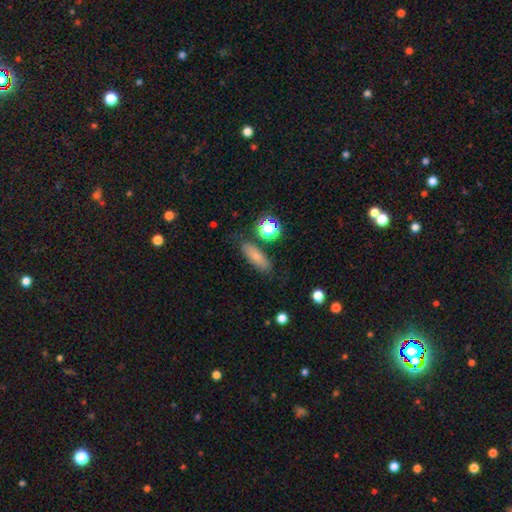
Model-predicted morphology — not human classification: The model was most divided on "how rounded": in between: 55%, cigar-shaped: 39%, round: 6%. More confident: merging — none (78%); smooth or featured — smooth (75%).